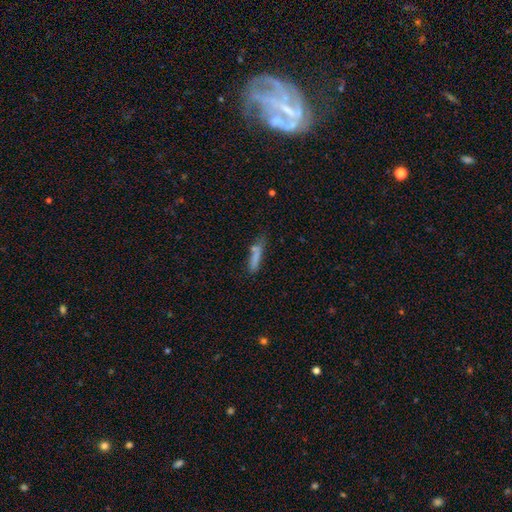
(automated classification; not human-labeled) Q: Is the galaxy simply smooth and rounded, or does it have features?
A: smooth — 76%.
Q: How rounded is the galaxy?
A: cigar-shaped — 81%.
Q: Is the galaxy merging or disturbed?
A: none — 53%.